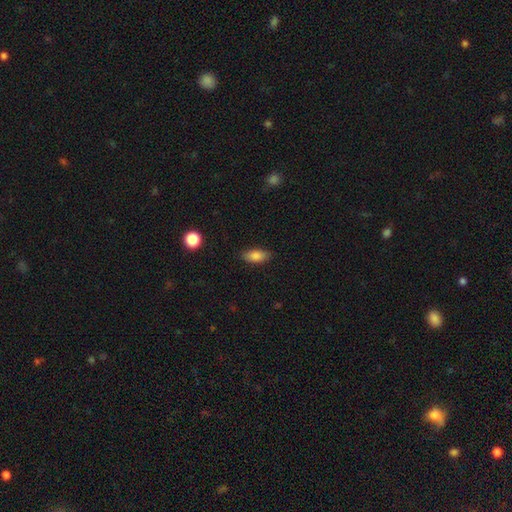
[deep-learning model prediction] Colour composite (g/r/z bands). It shows a smooth galaxy with no disk features (84%) that is in between round and cigar-shaped (84%). Merging: none (85%).